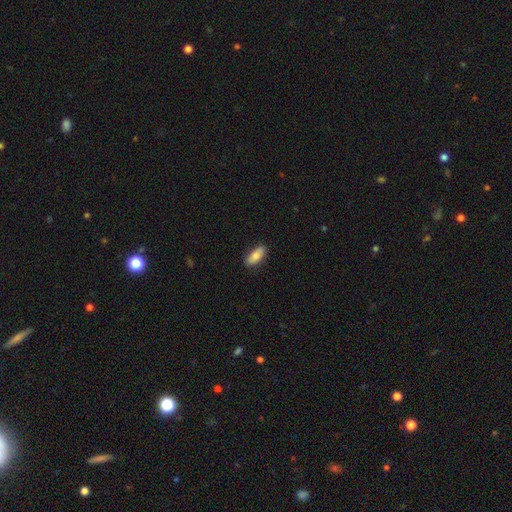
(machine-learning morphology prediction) smooth 79%, featured or disk 14%, star or artifact 6%. Down the decision tree: how rounded — in between (81%); merging — none (84%).